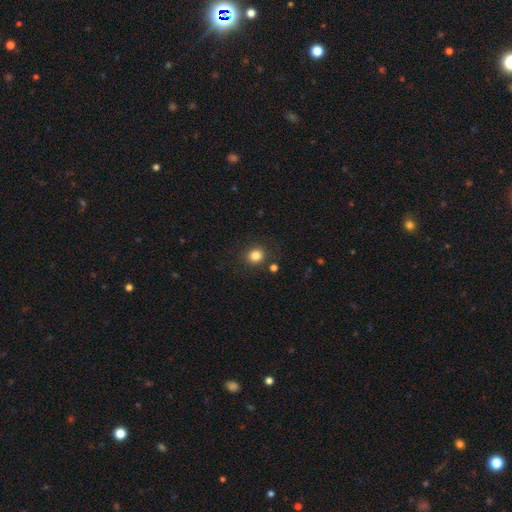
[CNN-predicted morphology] Smooth or featured? Predicted: smooth (p=0.83). How rounded? Predicted: round (p=0.80). Merging? Predicted: none (p=0.85).